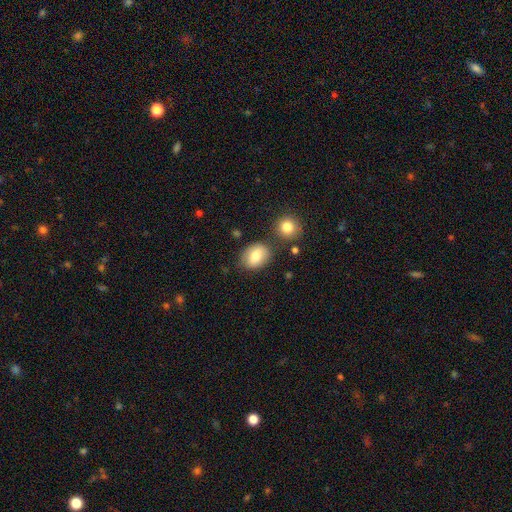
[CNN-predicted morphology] Smooth or featured? Predicted: smooth (p=0.79). How rounded? Predicted: in between (p=0.61). Merging? Predicted: none (p=0.75).